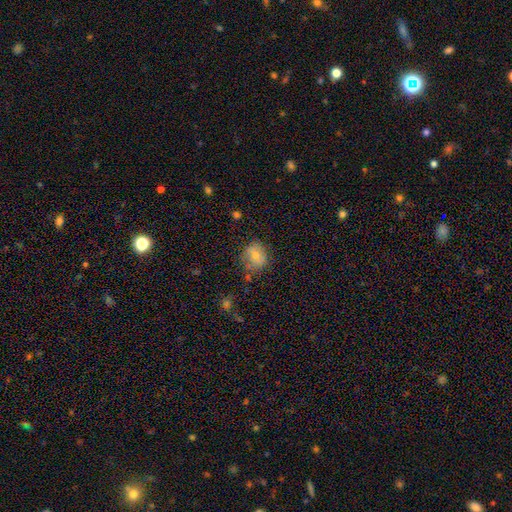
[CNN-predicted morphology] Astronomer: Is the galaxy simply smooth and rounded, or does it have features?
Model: smooth — 69%.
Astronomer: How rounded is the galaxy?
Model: round — 63%.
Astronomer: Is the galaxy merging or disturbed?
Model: none — 68%.